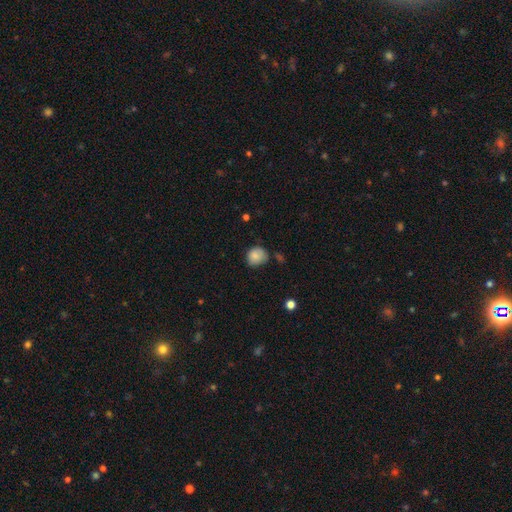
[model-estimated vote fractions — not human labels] Smooth or featured?
  - smooth: 83% *
  - star or artifact: 9%
  - featured or disk: 8%
How rounded?
  - round: 75% *
  - in between: 24%
  - cigar-shaped: 1%
Merging?
  - none: 59% *
  - minor disturbance: 31%
  - major disturbance: 6%
  - merger: 4%